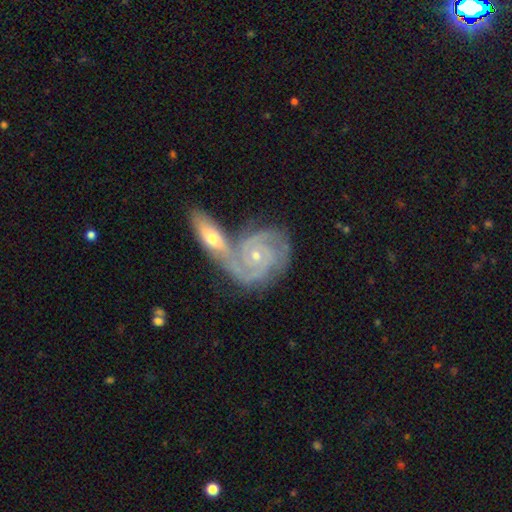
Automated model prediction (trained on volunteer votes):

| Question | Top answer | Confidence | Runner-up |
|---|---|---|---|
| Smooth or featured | featured or disk | 90% | smooth (6%) |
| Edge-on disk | no | 96% | yes (4%) |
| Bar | no | 69% | weak (24%) |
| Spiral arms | yes | 98% | no (2%) |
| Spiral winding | tight | 67% | medium (29%) |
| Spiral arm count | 2 | 49% | 3 (29%) |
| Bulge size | small | 68% | moderate (29%) |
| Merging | merger | 44% | none (39%) |